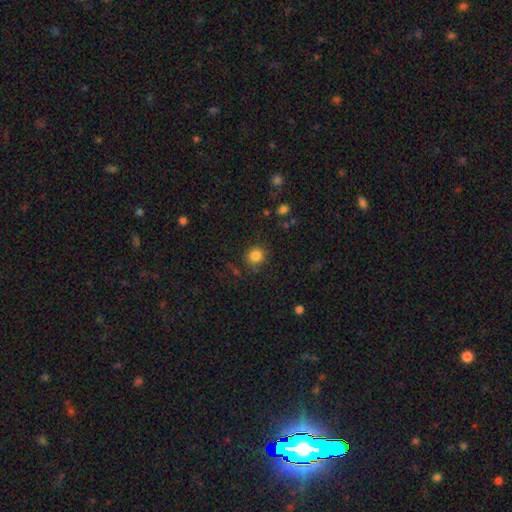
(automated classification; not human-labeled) This appears to be a smooth galaxy with no disk features (83%) that is round (87%). Merging: none (85%).